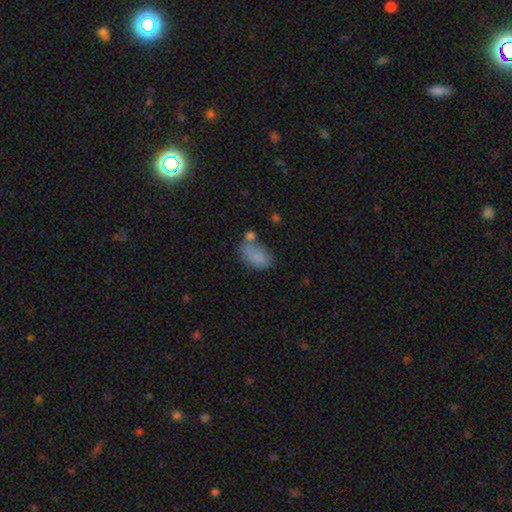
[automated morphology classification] smooth 75%, featured or disk 14%, star or artifact 11%. Down the decision tree: how rounded — in between (90%); merging — none (40%).